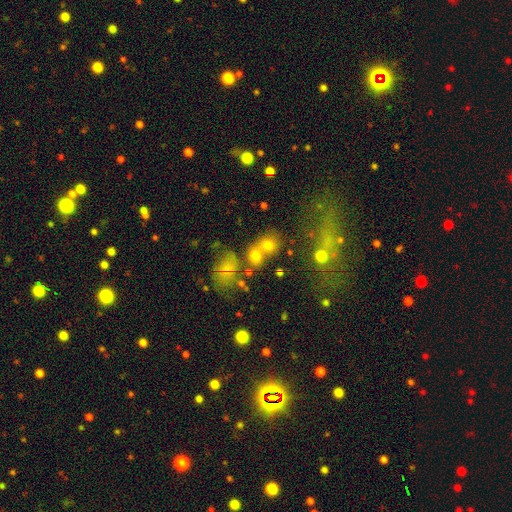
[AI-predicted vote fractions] smooth 67%, star or artifact 18%, featured or disk 14%. Down the decision tree: how rounded — round (64%); merging — merger (46%).